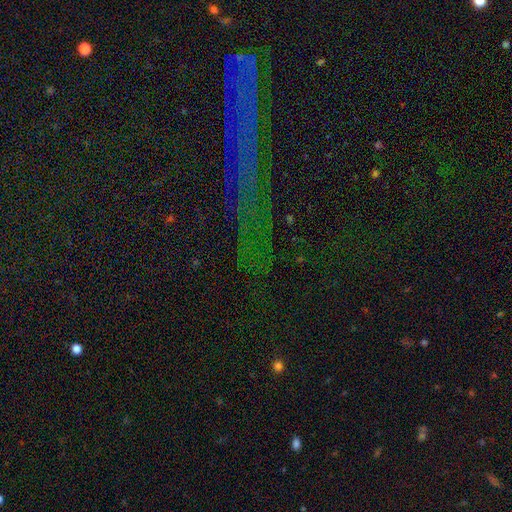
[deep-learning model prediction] This is likely a star or artifact rather than a galaxy (77%).